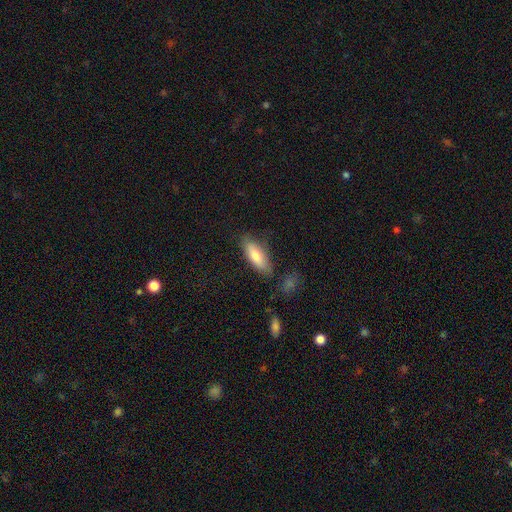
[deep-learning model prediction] smooth-or-featured: smooth: 75% | featured or disk: 19% | star or artifact: 6%
  how-rounded: in between: 65% | cigar-shaped: 33% | round: 2%
  merging: none: 75% | minor disturbance: 17% | major disturbance: 4% | merger: 3%